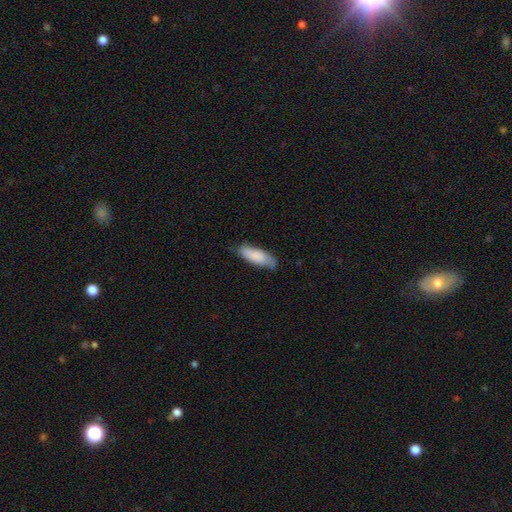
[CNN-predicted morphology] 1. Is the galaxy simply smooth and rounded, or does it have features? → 81% smooth, 13% featured or disk, 6% star or artifact.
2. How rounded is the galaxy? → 64% in between, 34% cigar-shaped, 2% round.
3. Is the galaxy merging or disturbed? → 66% none, 27% minor disturbance, 5% major disturbance, 2% merger.